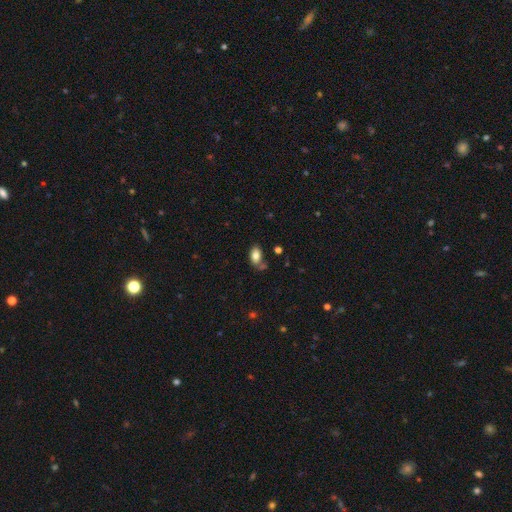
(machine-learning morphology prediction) A smooth galaxy with no disk features (82%) that is in between round and cigar-shaped (92%).

Vote fractions:
- Smooth or featured? smooth: 82% / featured or disk: 10% / star or artifact: 8%
- How rounded? in between: 92% / round: 5% / cigar-shaped: 2%
- Merging? none: 63% / minor disturbance: 18% / merger: 14% / major disturbance: 5%